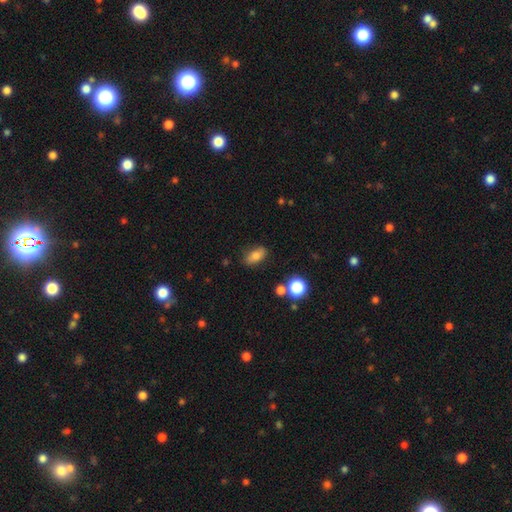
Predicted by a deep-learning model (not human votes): Smooth or featured? Predicted: smooth (p=0.79). How rounded? Predicted: in between (p=0.85). Merging? Predicted: none (p=0.81).